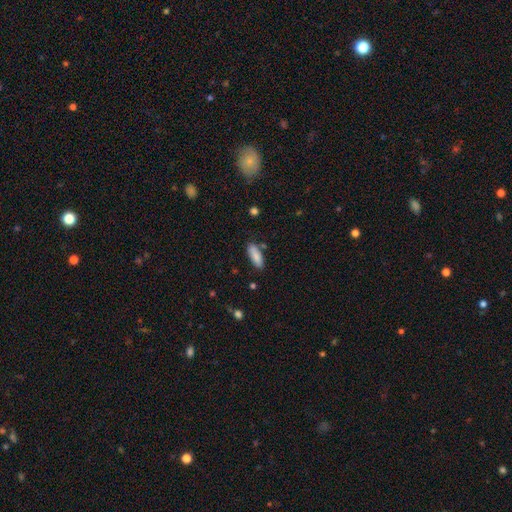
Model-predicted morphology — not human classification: Smooth or featured? smooth (86%)
How rounded? in between (68%)
Merging? none (78%)